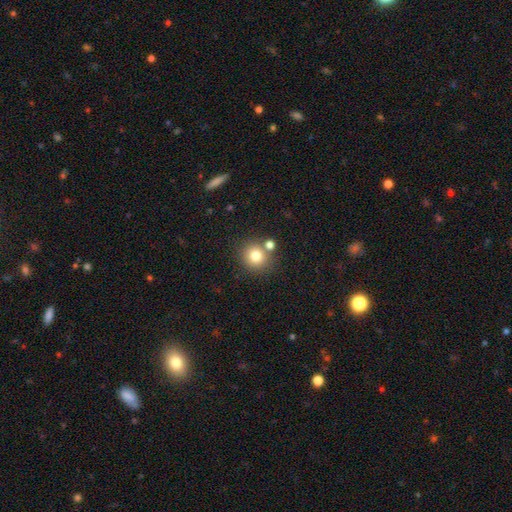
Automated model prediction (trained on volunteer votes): smooth_or_featured: smooth (p=0.80) [alt: star or artifact p=0.12]
how_rounded: round (p=0.89) [alt: in between p=0.10]
merging: none (p=0.72) [alt: merger p=0.17]